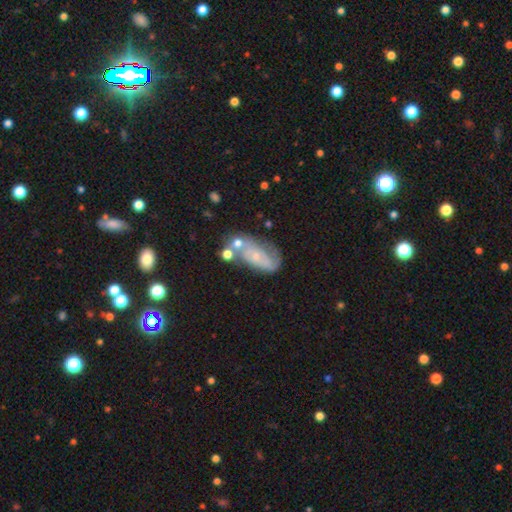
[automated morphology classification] featured or disk 61%, smooth 29%, star or artifact 10%. Down the decision tree: edge-on disk — no (93%); bar — no (71%); spiral arms — yes (75%); bulge size — small (72%); merging — none (43%).